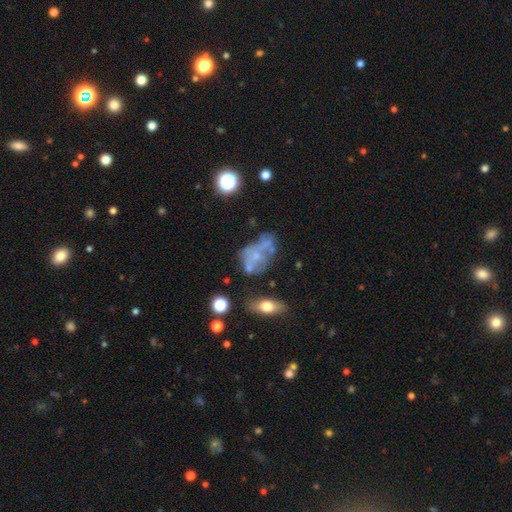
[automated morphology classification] type=featured or disk (51%); edge-on=no (93%); merging=none (34%).